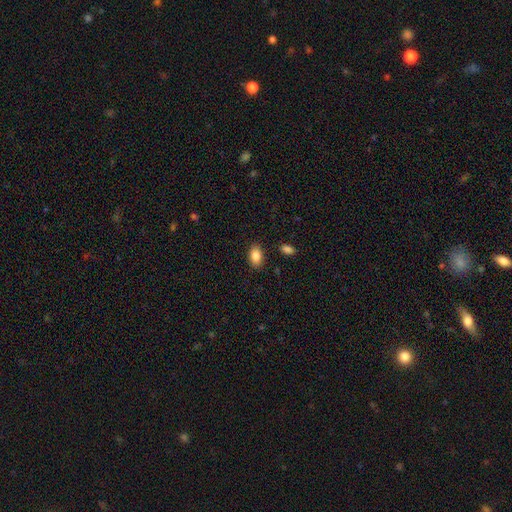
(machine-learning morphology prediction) Overall: smooth (86%). How rounded: in between (88%). Merging: none (86%).